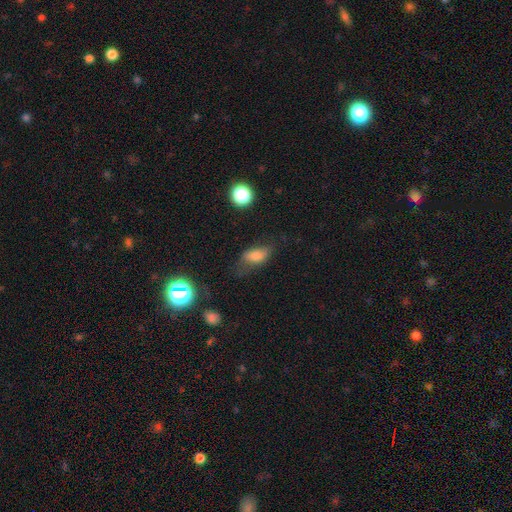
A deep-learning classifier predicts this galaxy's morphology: This appears to be a smooth galaxy with no disk features (72%) that is in between round and cigar-shaped (86%). Merging: none (49%).